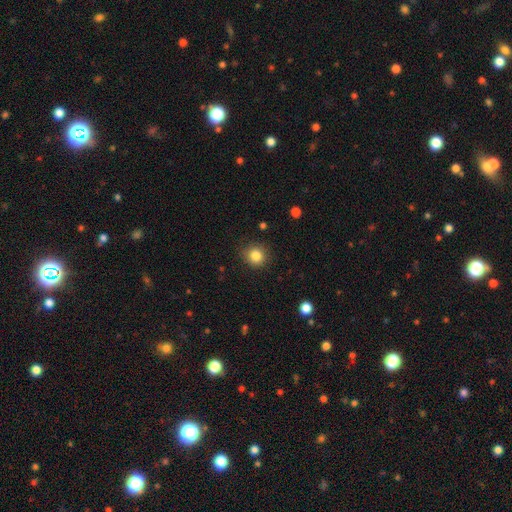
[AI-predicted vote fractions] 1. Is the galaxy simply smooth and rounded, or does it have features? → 84% smooth, 10% star or artifact, 5% featured or disk.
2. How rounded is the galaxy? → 89% round, 10% in between, 1% cigar-shaped.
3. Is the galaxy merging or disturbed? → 86% none, 10% minor disturbance, 3% major disturbance, 1% merger.